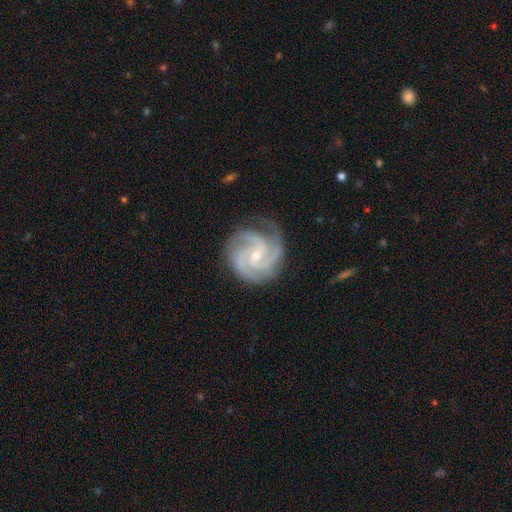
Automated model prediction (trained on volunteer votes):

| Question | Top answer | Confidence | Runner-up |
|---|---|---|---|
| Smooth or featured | featured or disk | 92% | star or artifact (4%) |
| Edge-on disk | no | 98% | yes (2%) |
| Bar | no | 58% | weak (33%) |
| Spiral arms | yes | 99% | no (1%) |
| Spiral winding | tight | 63% | medium (34%) |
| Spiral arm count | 3 | 60% | 4 (22%) |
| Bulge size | small | 65% | moderate (32%) |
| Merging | none | 77% | minor disturbance (17%) |